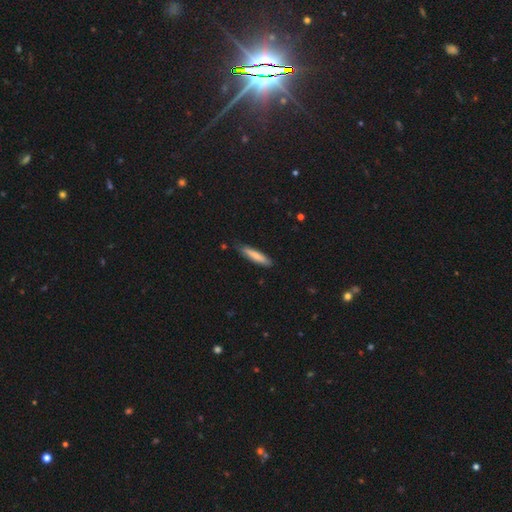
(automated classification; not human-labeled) This appears to be a smooth galaxy with no disk features (78%) that is cigar-shaped (85%). Merging: none (80%).